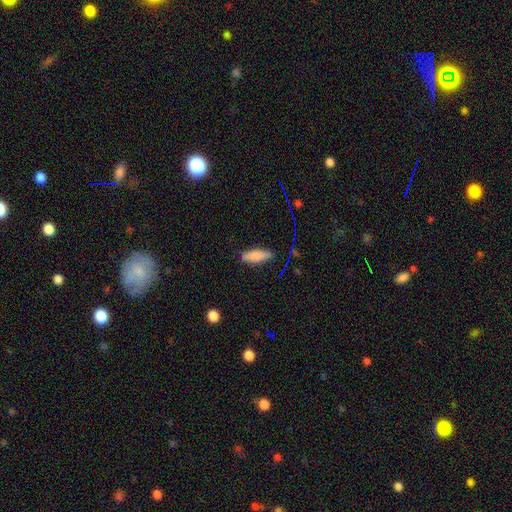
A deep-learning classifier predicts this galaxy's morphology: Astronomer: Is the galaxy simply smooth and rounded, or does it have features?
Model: smooth — 79%.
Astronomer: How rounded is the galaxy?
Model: cigar-shaped — 52% (runner-up: in between, 46%).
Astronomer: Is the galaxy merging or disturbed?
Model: none — 81%.